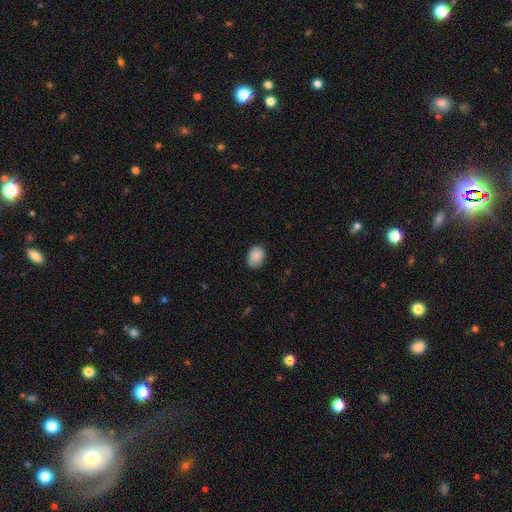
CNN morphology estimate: This appears to be a smooth galaxy with no disk features (87%) that is in between round and cigar-shaped (69%). Merging: none (80%).